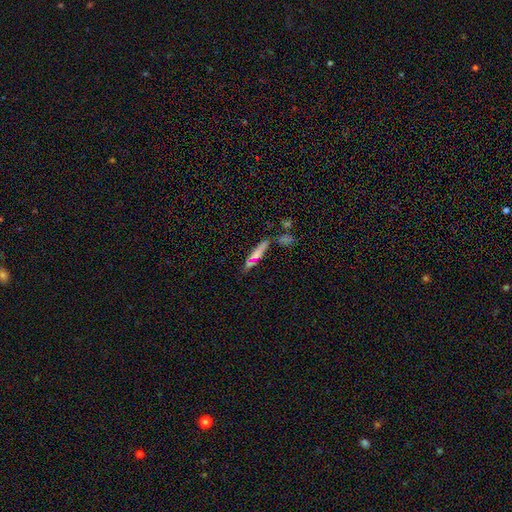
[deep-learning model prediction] Q: Smooth or featured?
A: smooth (60%); runner-up: featured or disk (26%)
Q: How rounded?
A: cigar-shaped (81%); runner-up: in between (16%)
Q: Merging?
A: none (63%); runner-up: minor disturbance (16%)